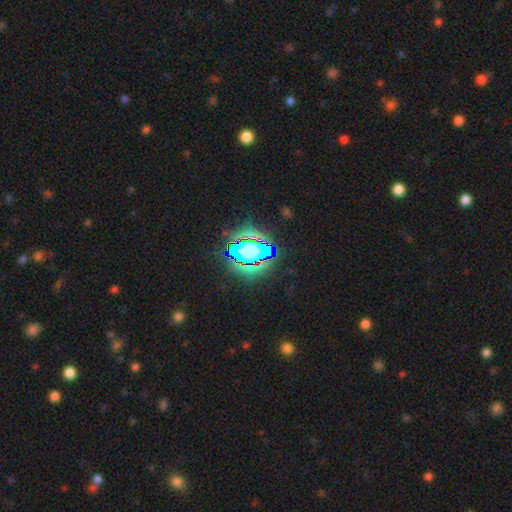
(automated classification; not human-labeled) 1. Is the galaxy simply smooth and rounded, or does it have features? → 75% star or artifact, 14% smooth, 10% featured or disk.